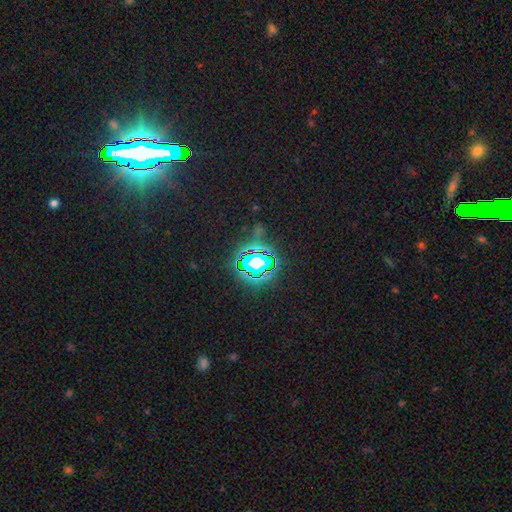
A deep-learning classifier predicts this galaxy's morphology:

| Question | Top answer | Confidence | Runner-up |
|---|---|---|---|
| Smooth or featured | star or artifact | 76% | smooth (15%) |